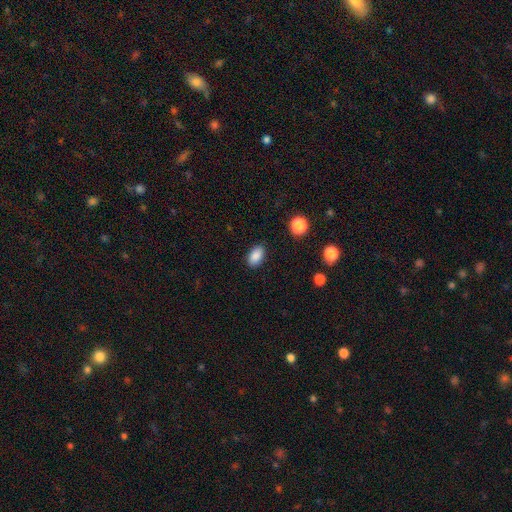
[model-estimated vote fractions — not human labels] A smooth galaxy with no disk features (88%) that is in between round and cigar-shaped (91%). Merging: none (87%).